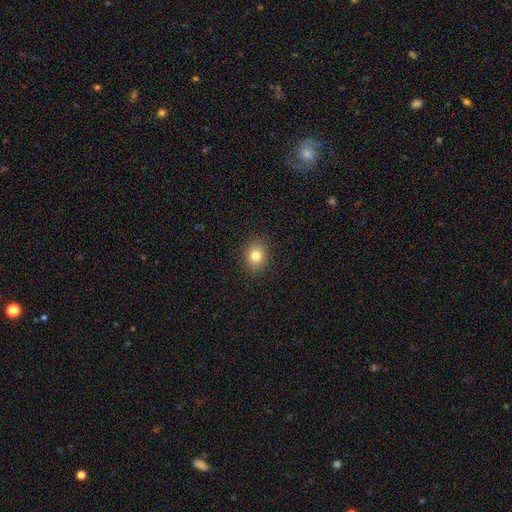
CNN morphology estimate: smooth 80%, star or artifact 11%, featured or disk 8%. Down the decision tree: how rounded — round (62%); merging — none (90%).